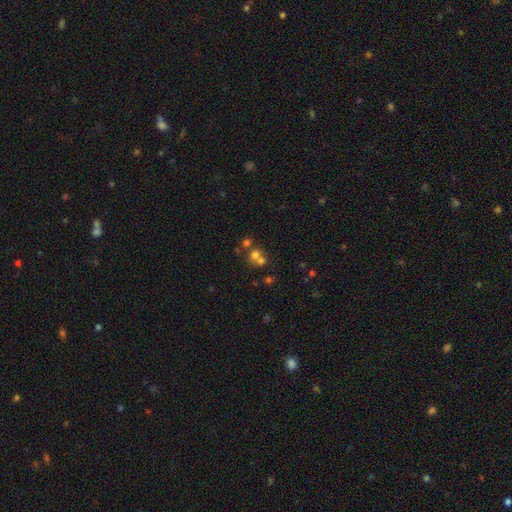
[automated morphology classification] smooth 61%, star or artifact 20%, featured or disk 19%. Down the decision tree: how rounded — round (79%); merging — merger (52%).